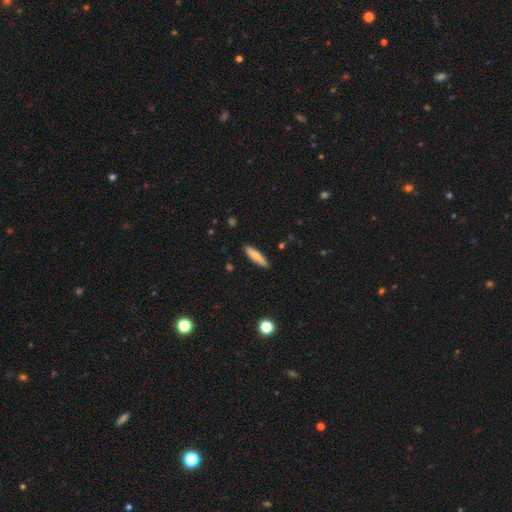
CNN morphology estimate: Smooth or featured?
  - smooth: 75% *
  - featured or disk: 19%
  - star or artifact: 6%
How rounded?
  - cigar-shaped: 76% *
  - in between: 22%
  - round: 2%
Merging?
  - none: 87% *
  - minor disturbance: 10%
  - major disturbance: 2%
  - merger: 1%